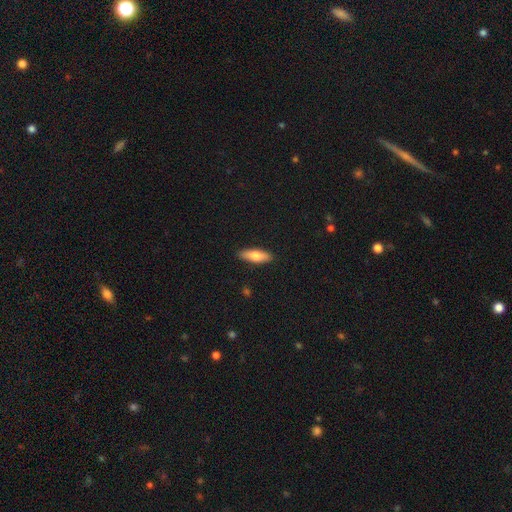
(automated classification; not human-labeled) smooth-or-featured: smooth: 71% | featured or disk: 23% | star or artifact: 6%
  how-rounded: in between: 53% | cigar-shaped: 44% | round: 2%
  merging: none: 89% | minor disturbance: 8% | major disturbance: 2% | merger: 1%